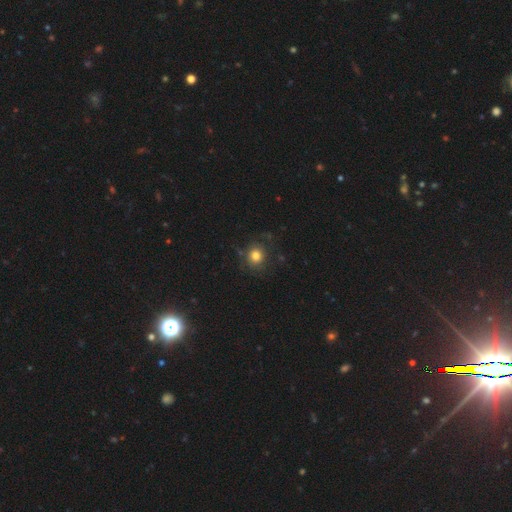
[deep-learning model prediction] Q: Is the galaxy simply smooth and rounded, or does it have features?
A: smooth — 76%.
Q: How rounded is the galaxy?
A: round — 85%.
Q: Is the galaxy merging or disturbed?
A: none — 77%.